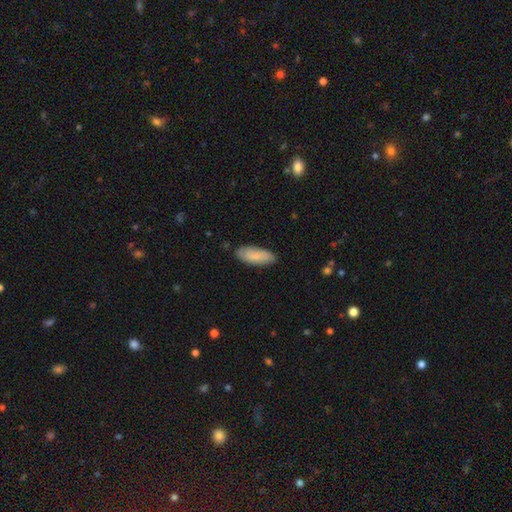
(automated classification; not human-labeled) A smooth galaxy with no disk features (74%) that is in between round and cigar-shaped (79%).

Vote fractions:
- Smooth or featured? smooth: 74% / featured or disk: 20% / star or artifact: 6%
- How rounded? in between: 79% / cigar-shaped: 19% / round: 2%
- Merging? none: 81% / minor disturbance: 15% / major disturbance: 3% / merger: 1%